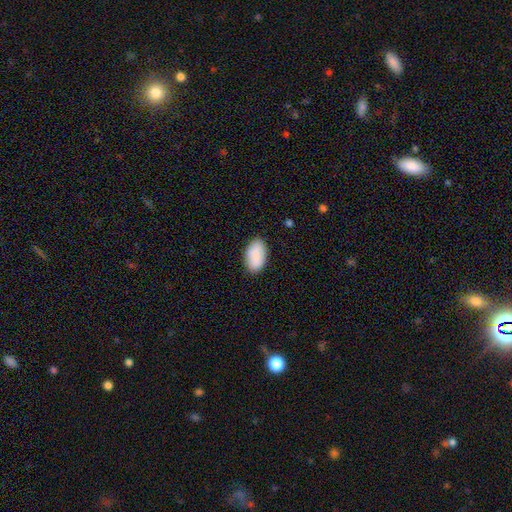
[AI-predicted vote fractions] smooth 90%, star or artifact 6%, featured or disk 4%. Down the decision tree: how rounded — in between (95%); merging — none (85%).